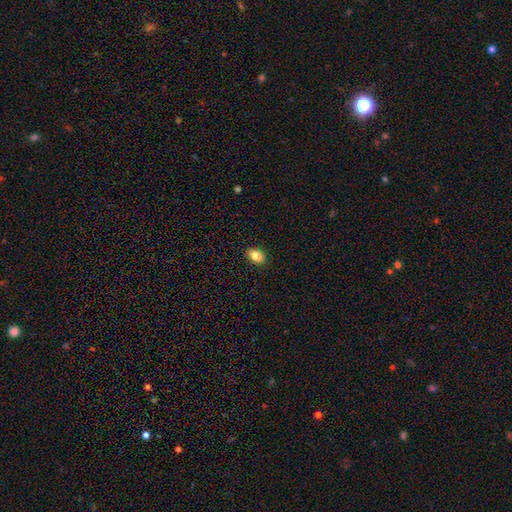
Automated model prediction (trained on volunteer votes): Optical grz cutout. It shows a smooth galaxy with no disk features (81%) that is in between round and cigar-shaped (86%). Merging: none (90%).